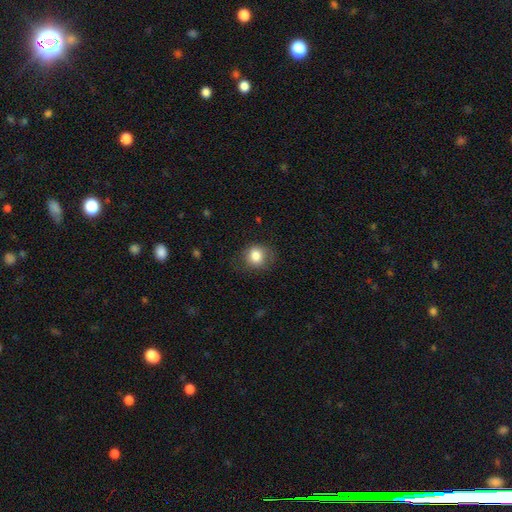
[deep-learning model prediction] This appears to be a smooth galaxy with no disk features (83%) that is round (75%). Merging: none (74%).